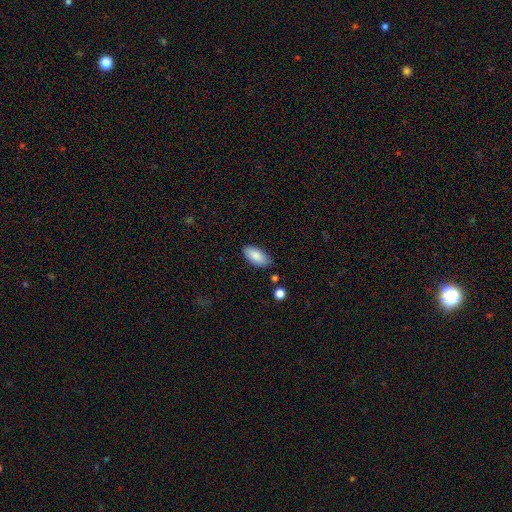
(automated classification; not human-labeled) Q: Smooth or featured?
A: smooth (87%); runner-up: star or artifact (6%)
Q: How rounded?
A: in between (92%); runner-up: cigar-shaped (5%)
Q: Merging?
A: none (81%); runner-up: minor disturbance (14%)